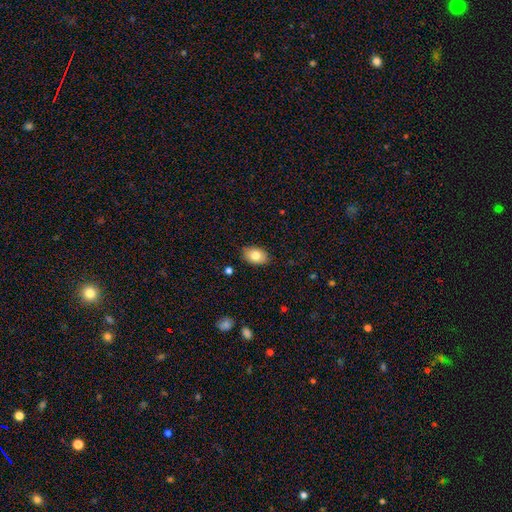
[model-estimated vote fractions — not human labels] Morphology: type=smooth (80%); roundness=in between (84%); merging=none (87%).